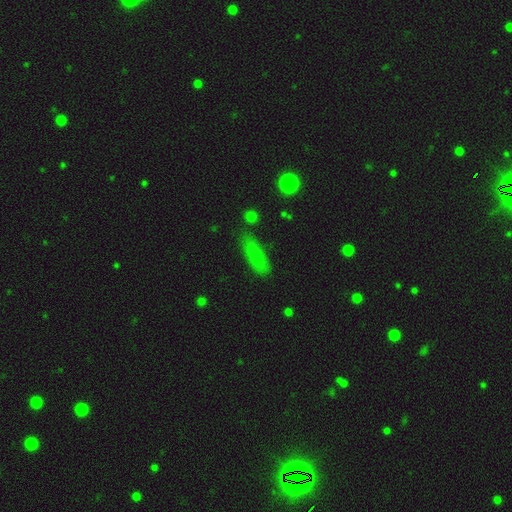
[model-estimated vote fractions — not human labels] Q: Smooth or featured?
A: smooth (76%); runner-up: featured or disk (13%)
Q: How rounded?
A: in between (56%); runner-up: cigar-shaped (41%)
Q: Merging?
A: none (75%); runner-up: minor disturbance (17%)